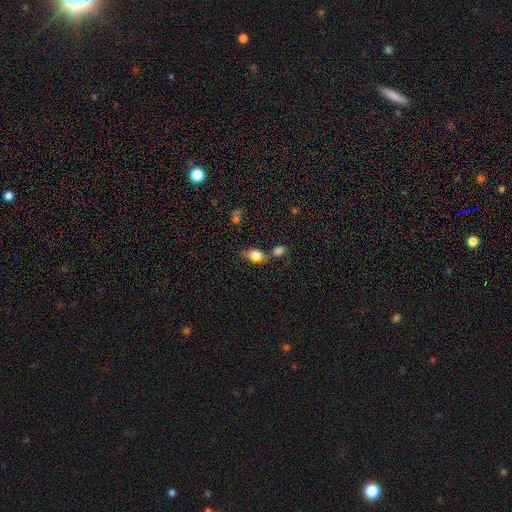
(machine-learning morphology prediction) smooth-or-featured: smooth: 77% | featured or disk: 13% | star or artifact: 9%
  how-rounded: in between: 85% | round: 8% | cigar-shaped: 7%
  merging: none: 46% | merger: 32% | minor disturbance: 15% | major disturbance: 6%